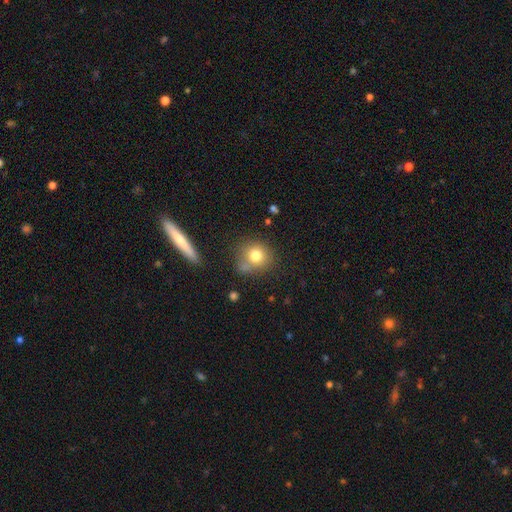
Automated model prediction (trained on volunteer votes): Smooth or featured? Predicted: smooth (p=0.78). How rounded? Predicted: round (p=0.80). Merging? Predicted: none (p=0.62).